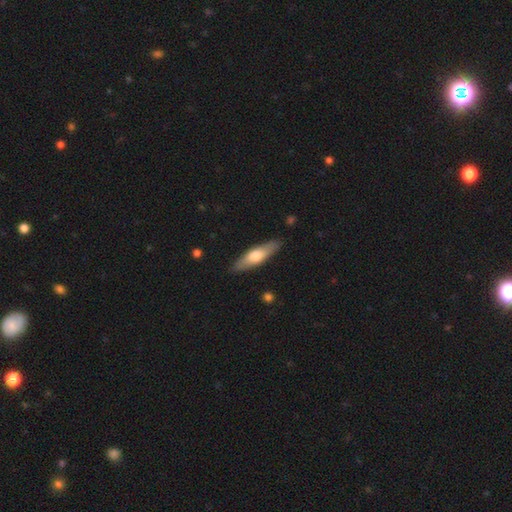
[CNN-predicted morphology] Smooth or featured? Predicted: smooth (p=0.57). How rounded? Predicted: cigar-shaped (p=0.63). Merging? Predicted: none (p=0.88).